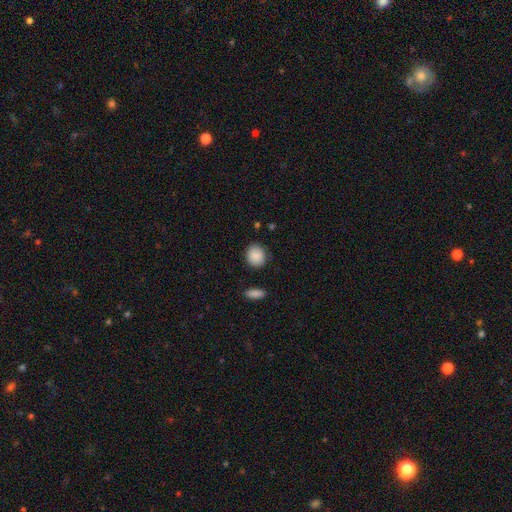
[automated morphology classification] type=smooth (89%); roundness=round (73%); merging=none (85%).